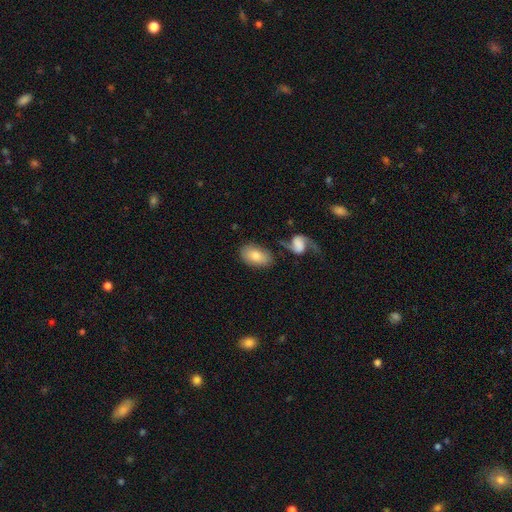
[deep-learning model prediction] A smooth galaxy with no disk features (75%) that is in between round and cigar-shaped (90%). Merging: none (69%).